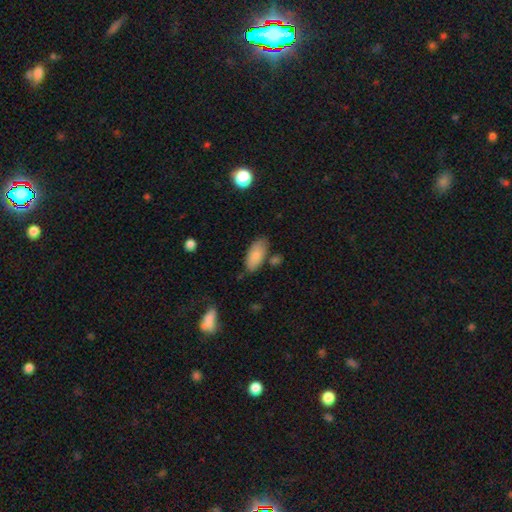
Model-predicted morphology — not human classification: Q: Smooth or featured?
A: smooth (83%); runner-up: featured or disk (11%)
Q: How rounded?
A: in between (89%); runner-up: cigar-shaped (8%)
Q: Merging?
A: none (75%); runner-up: minor disturbance (16%)